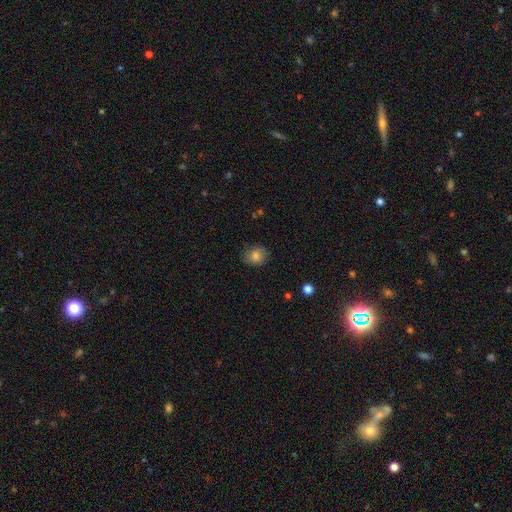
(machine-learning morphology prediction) This appears to be a smooth galaxy with no disk features (80%) that is round (60%). Merging: none (81%).